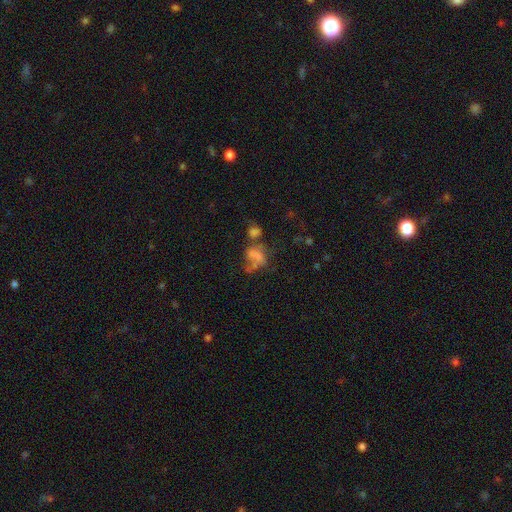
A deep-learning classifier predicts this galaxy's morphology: smooth 55%, featured or disk 27%, star or artifact 18%. Down the decision tree: how rounded — in between (71%); merging — merger (38%).